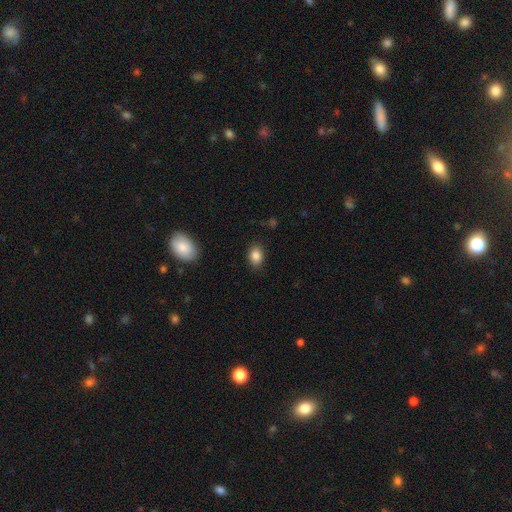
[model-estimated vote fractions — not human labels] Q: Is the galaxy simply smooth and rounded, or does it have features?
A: smooth — 86%.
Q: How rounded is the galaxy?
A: in between — 68%.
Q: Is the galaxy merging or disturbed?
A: none — 85%.